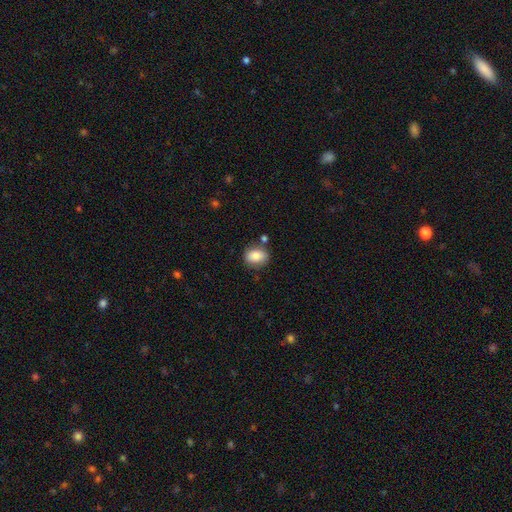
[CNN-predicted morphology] Smooth or featured?
  - smooth: 84% *
  - star or artifact: 8%
  - featured or disk: 8%
How rounded?
  - in between: 59% *
  - round: 40%
  - cigar-shaped: 1%
Merging?
  - none: 74% *
  - minor disturbance: 15%
  - merger: 7%
  - major disturbance: 4%